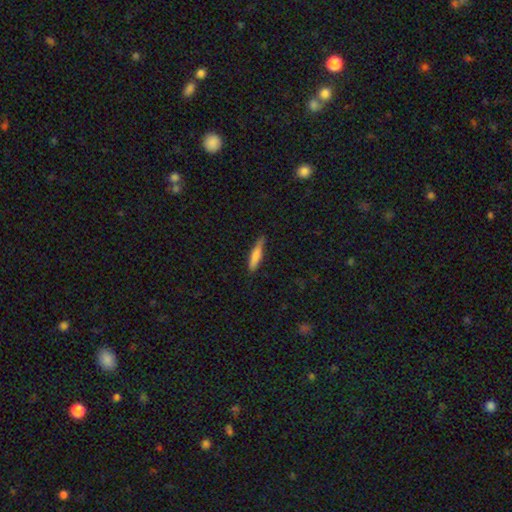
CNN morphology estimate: type=smooth (75%); roundness=cigar-shaped (84%); merging=none (73%).